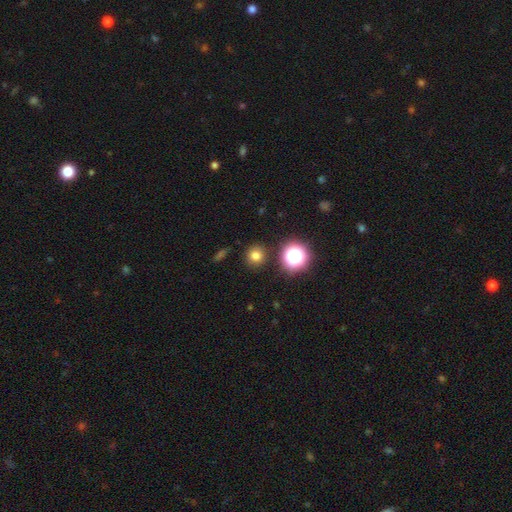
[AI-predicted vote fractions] Smooth or featured? Predicted: smooth (p=0.76). How rounded? Predicted: round (p=0.90). Merging? Predicted: none (p=0.88).